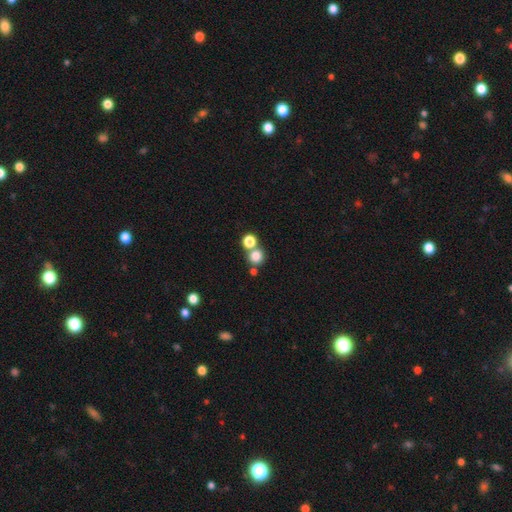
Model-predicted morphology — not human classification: smooth-or-featured: smooth: 80% | star or artifact: 13% | featured or disk: 7%
  how-rounded: round: 90% | in between: 9% | cigar-shaped: 1%
  merging: none: 59% | merger: 31% | minor disturbance: 6% | major disturbance: 3%